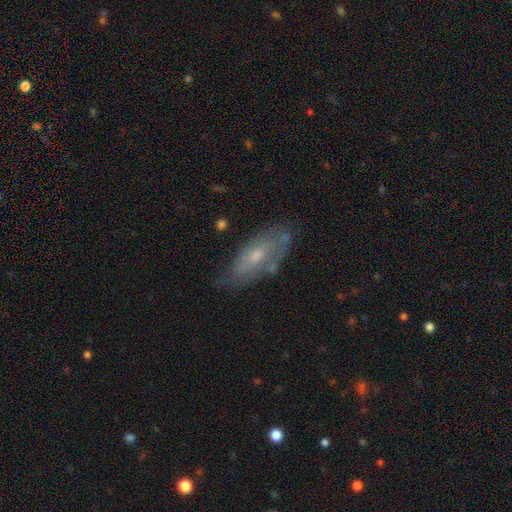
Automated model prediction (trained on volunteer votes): smooth_or_featured: featured or disk (p=0.55) [alt: smooth p=0.37]
disk_edge_on: no (p=0.82) [alt: yes p=0.18]
merging: none (p=0.61) [alt: minor disturbance p=0.26]